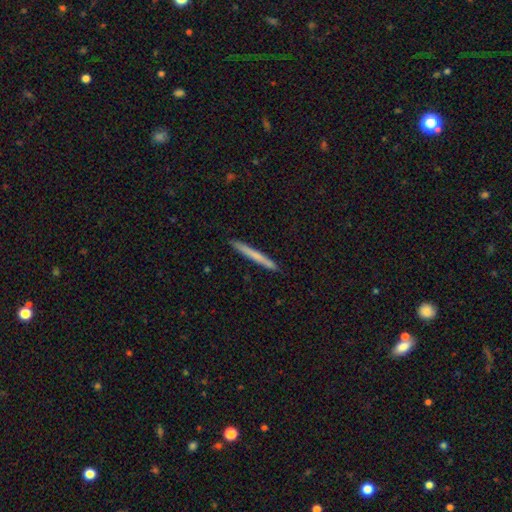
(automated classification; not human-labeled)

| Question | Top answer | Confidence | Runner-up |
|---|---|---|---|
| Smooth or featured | smooth | 63% | featured or disk (31%) |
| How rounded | cigar-shaped | 97% | in between (2%) |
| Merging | none | 92% | minor disturbance (6%) |